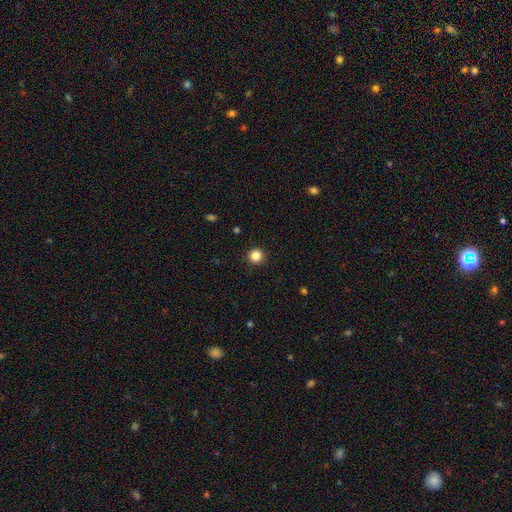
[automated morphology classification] The model was most divided on "smooth or featured": smooth: 85%, star or artifact: 12%, featured or disk: 3%. More confident: how rounded — round (95%); merging — none (93%).